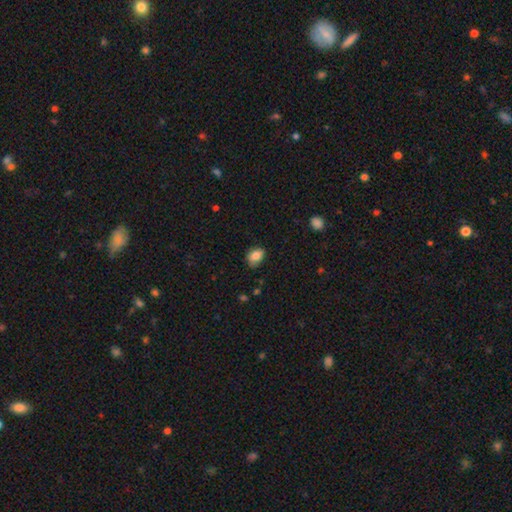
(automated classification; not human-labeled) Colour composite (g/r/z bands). It shows a smooth galaxy with no disk features (85%) that is in between round and cigar-shaped (74%). Merging: none (71%).